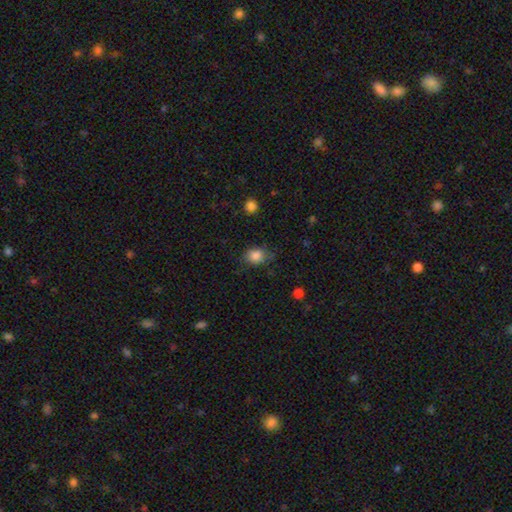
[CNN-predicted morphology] Smooth or featured: smooth — 85% (star or artifact — 10%)
How rounded: round — 53% (in between — 46%)
Merging: none — 73% (minor disturbance — 20%)